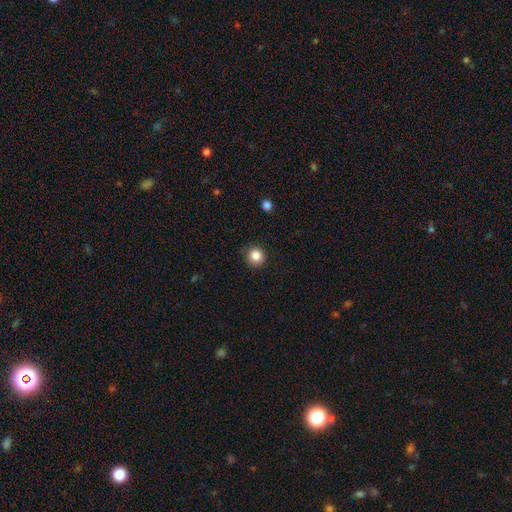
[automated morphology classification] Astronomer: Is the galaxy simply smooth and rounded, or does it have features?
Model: smooth — 85%.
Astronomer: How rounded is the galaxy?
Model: round — 94%.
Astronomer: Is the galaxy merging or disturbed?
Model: none — 89%.